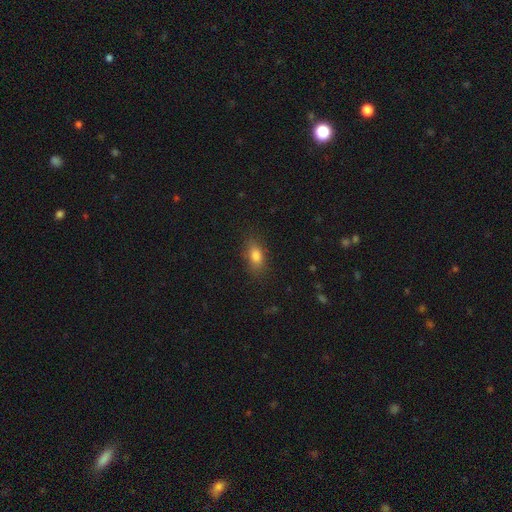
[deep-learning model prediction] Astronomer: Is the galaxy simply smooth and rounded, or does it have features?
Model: smooth — 82%.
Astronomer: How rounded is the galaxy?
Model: in between — 83%.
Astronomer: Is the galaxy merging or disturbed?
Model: none — 81%.